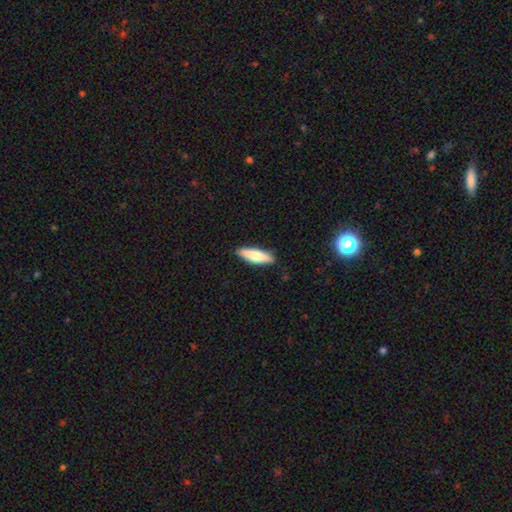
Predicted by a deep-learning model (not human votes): smooth_or_featured: smooth (p=0.74) [alt: featured or disk p=0.21]
how_rounded: cigar-shaped (p=0.60) [alt: in between p=0.39]
merging: none (p=0.87) [alt: minor disturbance p=0.10]